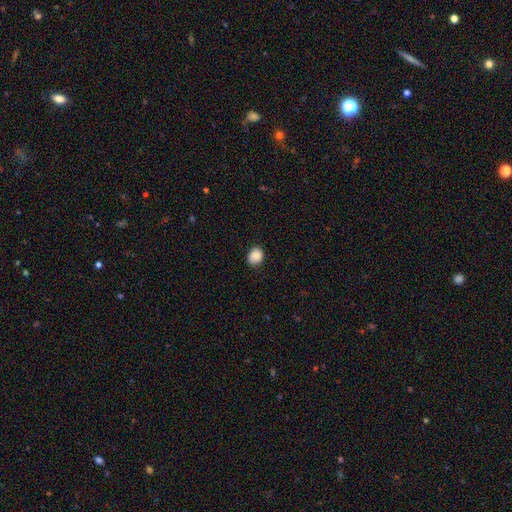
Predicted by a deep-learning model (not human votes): Smooth or featured? smooth (82%)
How rounded? round (53%)
Merging? none (81%)